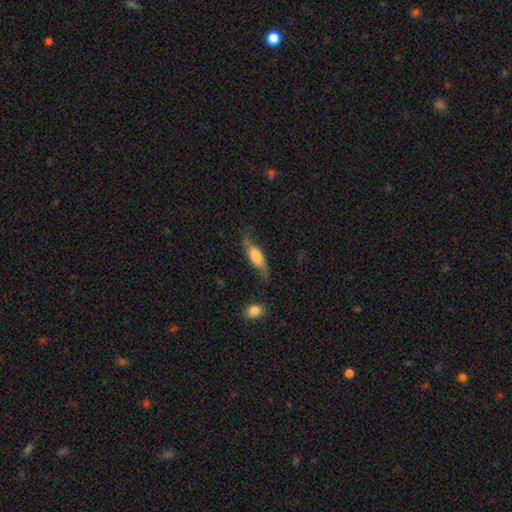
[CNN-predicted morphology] Smooth or featured?
  - smooth: 51% *
  - featured or disk: 42%
  - star or artifact: 7%
How rounded?
  - in between: 60% *
  - cigar-shaped: 36%
  - round: 4%
Merging?
  - none: 61% *
  - minor disturbance: 25%
  - major disturbance: 11%
  - merger: 3%